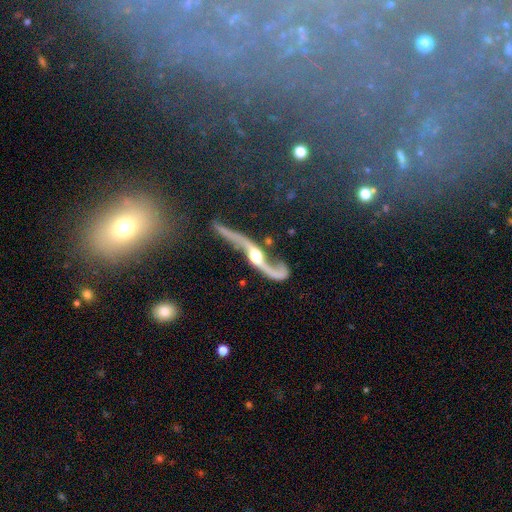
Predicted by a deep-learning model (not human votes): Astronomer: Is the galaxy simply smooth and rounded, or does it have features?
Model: featured or disk — 89%.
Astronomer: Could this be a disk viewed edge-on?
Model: no — 75%.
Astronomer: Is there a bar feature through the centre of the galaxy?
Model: no — 58%.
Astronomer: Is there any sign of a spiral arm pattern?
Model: yes — 93%.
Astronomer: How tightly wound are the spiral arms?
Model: loose — 93%.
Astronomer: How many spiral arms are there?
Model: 2 — 93%.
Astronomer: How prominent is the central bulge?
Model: moderate — 65%.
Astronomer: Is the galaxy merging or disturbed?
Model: none — 59%.